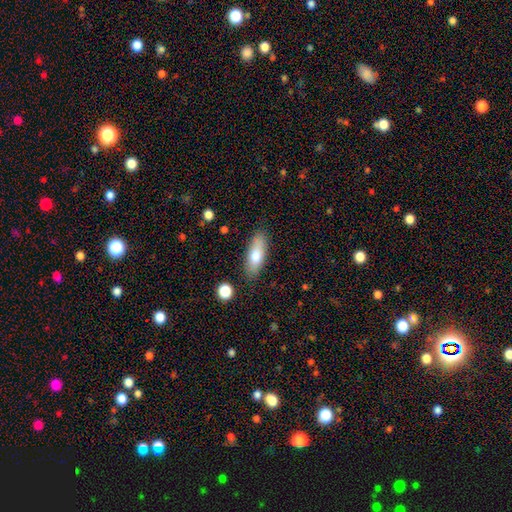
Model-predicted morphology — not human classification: smooth-or-featured: smooth: 74% | featured or disk: 20% | star or artifact: 7%
  how-rounded: in between: 64% | cigar-shaped: 33% | round: 3%
  merging: none: 84% | minor disturbance: 12% | major disturbance: 3% | merger: 2%